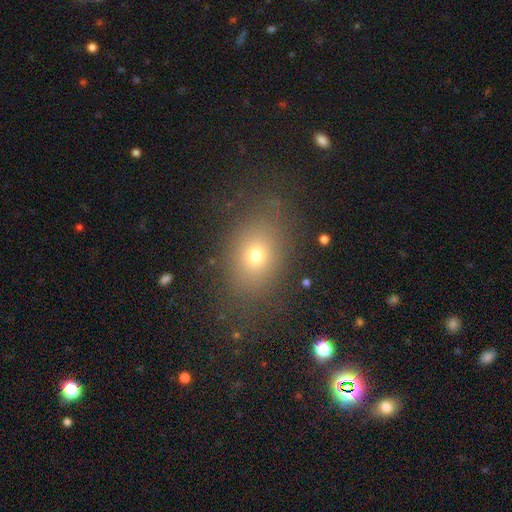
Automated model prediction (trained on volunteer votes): Smooth or featured?
  - smooth: 70% *
  - star or artifact: 17%
  - featured or disk: 14%
How rounded?
  - in between: 65% *
  - round: 33%
  - cigar-shaped: 2%
Merging?
  - none: 77% *
  - minor disturbance: 13%
  - major disturbance: 8%
  - merger: 2%